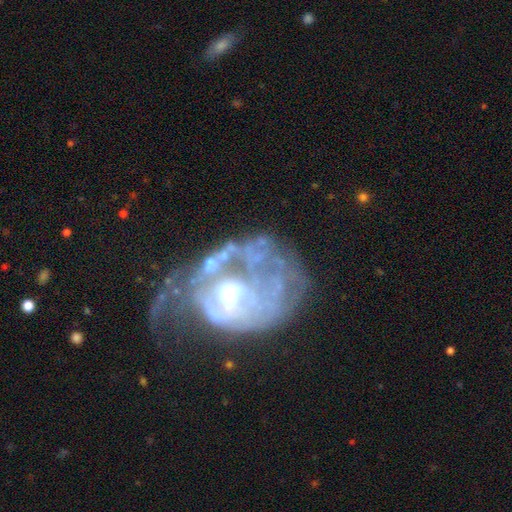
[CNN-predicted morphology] Smooth or featured? featured or disk (77%)
Edge-on disk? no (97%)
Bar? no (60%)
Spiral arms? no (52%)
Bulge size? moderate (63%)
Merging? major disturbance (49%)